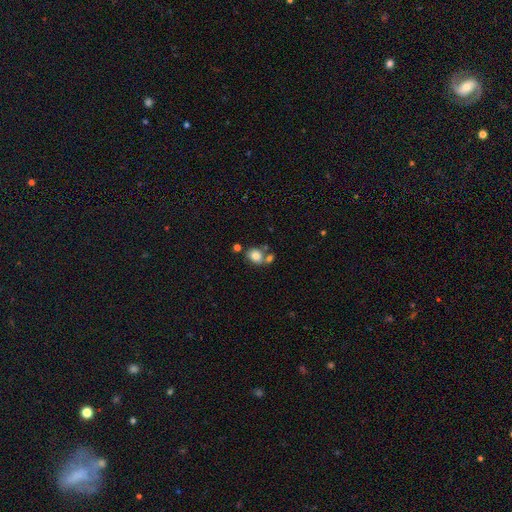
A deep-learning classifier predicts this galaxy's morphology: A smooth galaxy with no disk features (81%) that is round (58%).

Vote fractions:
- Smooth or featured? smooth: 81% / star or artifact: 10% / featured or disk: 9%
- How rounded? round: 58% / in between: 41% / cigar-shaped: 1%
- Merging? none: 56% / merger: 26% / minor disturbance: 13% / major disturbance: 5%